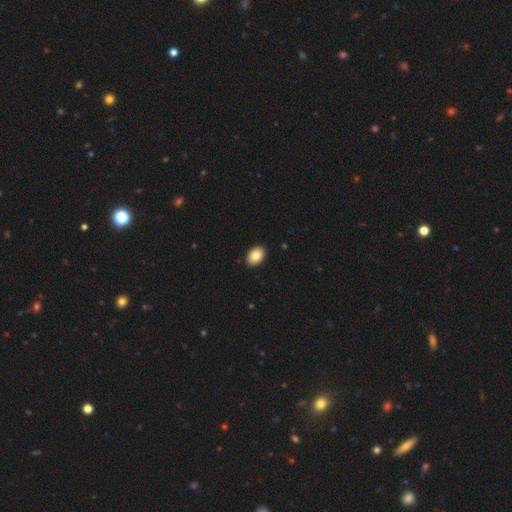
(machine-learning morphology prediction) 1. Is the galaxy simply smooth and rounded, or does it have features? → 87% smooth, 7% star or artifact, 6% featured or disk.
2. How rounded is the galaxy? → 81% in between, 18% round, 1% cigar-shaped.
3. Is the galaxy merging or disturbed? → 91% none, 6% minor disturbance, 2% major disturbance, 1% merger.